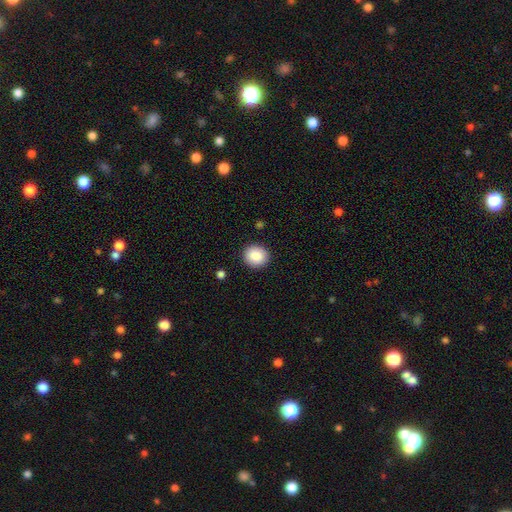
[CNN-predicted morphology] A smooth galaxy with no disk features (87%) that is round (86%). Merging: none (91%).